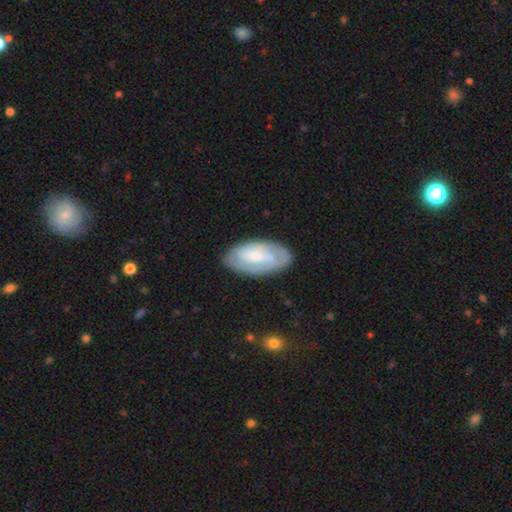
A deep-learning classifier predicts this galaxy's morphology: Q: Smooth or featured?
A: featured or disk (59%); runner-up: smooth (35%)
Q: Edge-on disk?
A: no (93%); runner-up: yes (7%)
Q: Bar?
A: weak (46%); runner-up: no (35%)
Q: Spiral arms?
A: yes (80%); runner-up: no (20%)
Q: Bulge size?
A: small (48%); runner-up: moderate (35%)
Q: Merging?
A: none (80%); runner-up: minor disturbance (15%)